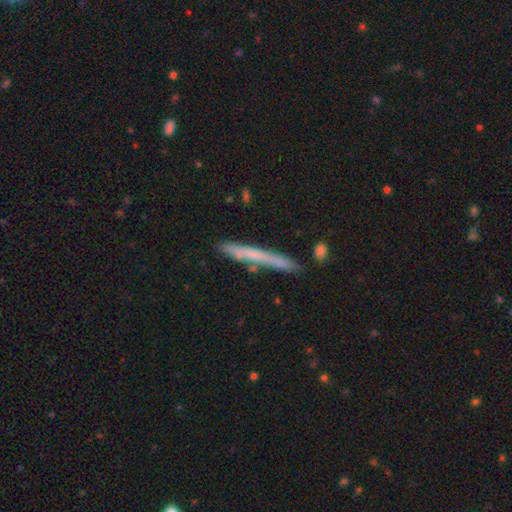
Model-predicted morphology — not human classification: smooth 50%, featured or disk 41%, star or artifact 9%. Down the decision tree: how rounded — cigar-shaped (96%); merging — none (84%).